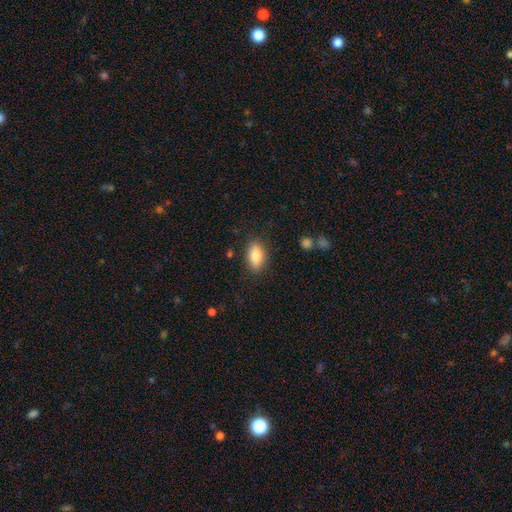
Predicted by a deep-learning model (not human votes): This appears to be a smooth galaxy with no disk features (81%) that is in between round and cigar-shaped (86%). Merging: none (85%).